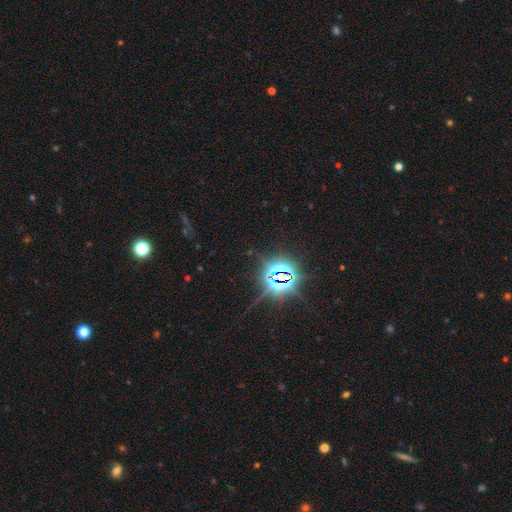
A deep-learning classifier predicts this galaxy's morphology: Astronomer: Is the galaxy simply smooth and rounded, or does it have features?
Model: star or artifact — 82%.